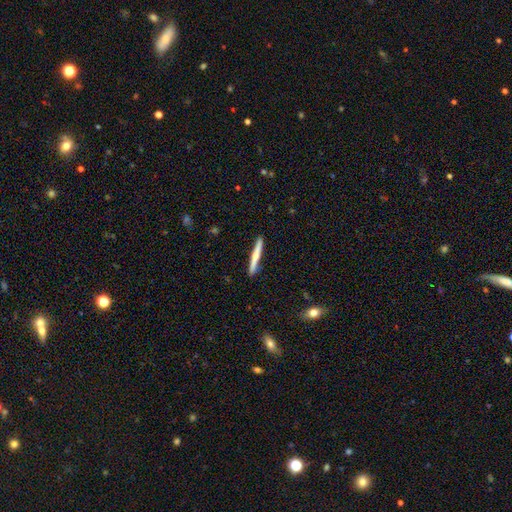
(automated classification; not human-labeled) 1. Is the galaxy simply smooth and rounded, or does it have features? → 50% smooth, 45% featured or disk, 5% star or artifact.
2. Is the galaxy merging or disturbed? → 91% none, 6% minor disturbance, 1% major disturbance, 1% merger.